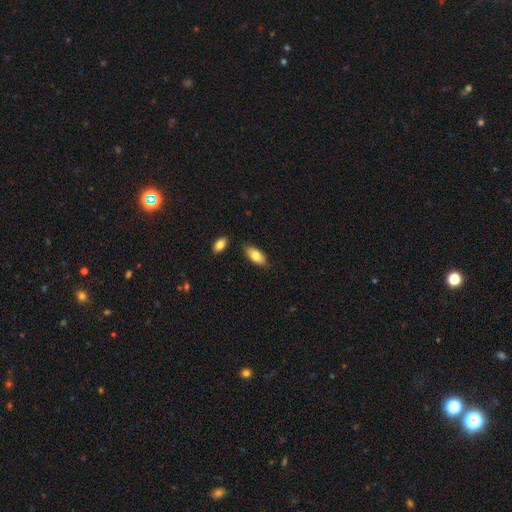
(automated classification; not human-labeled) Smooth or featured? Predicted: smooth (p=0.79). How rounded? Predicted: in between (p=0.90). Merging? Predicted: none (p=0.84).